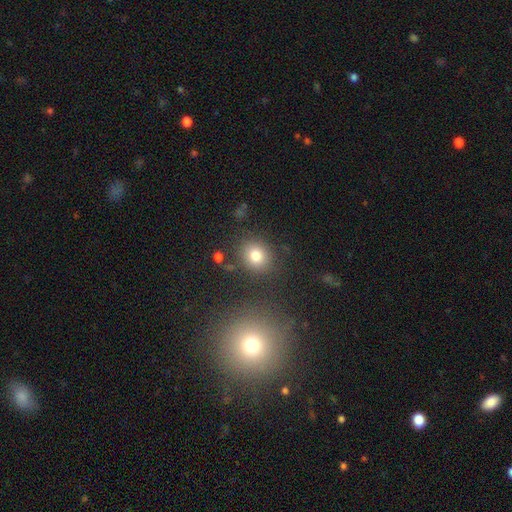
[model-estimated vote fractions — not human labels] Q: Smooth or featured?
A: smooth (79%); runner-up: star or artifact (12%)
Q: How rounded?
A: round (71%); runner-up: in between (27%)
Q: Merging?
A: none (81%); runner-up: minor disturbance (10%)